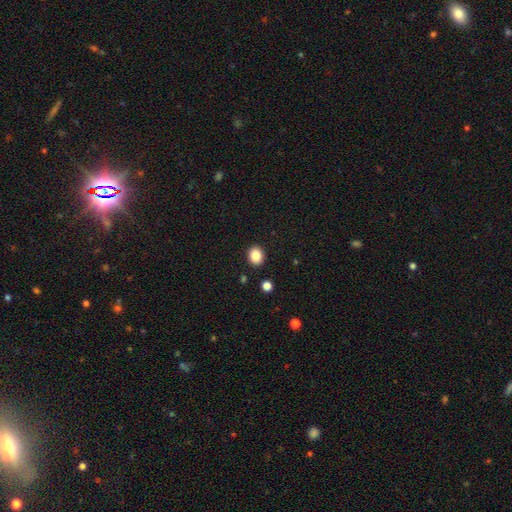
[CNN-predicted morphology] This appears to be a smooth galaxy with no disk features (86%) that is round (60%). Merging: none (90%).